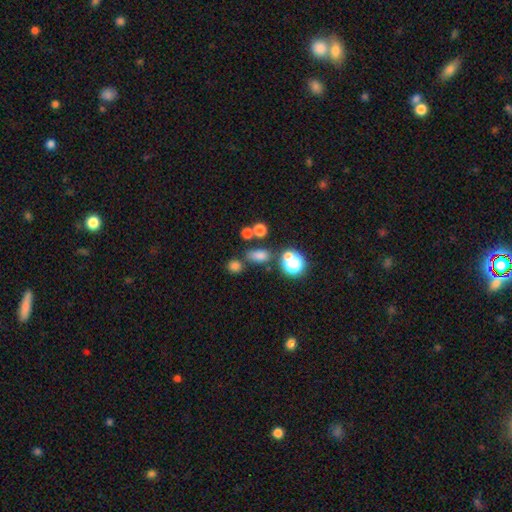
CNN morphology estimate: Smooth or featured? Predicted: smooth (p=0.45). Merging? Predicted: none (p=0.66).